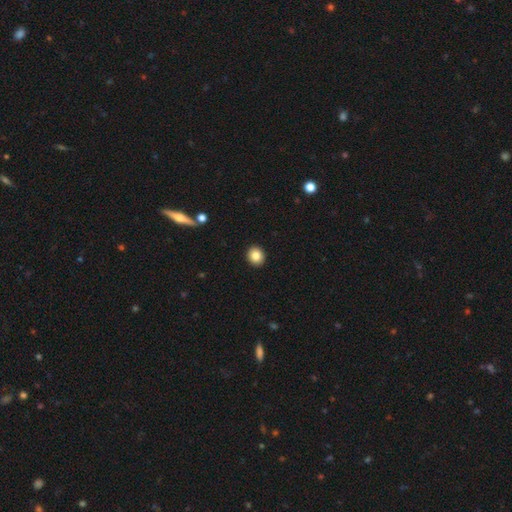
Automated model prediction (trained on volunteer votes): smooth 85%, star or artifact 9%, featured or disk 6%. Down the decision tree: how rounded — round (77%); merging — none (93%).